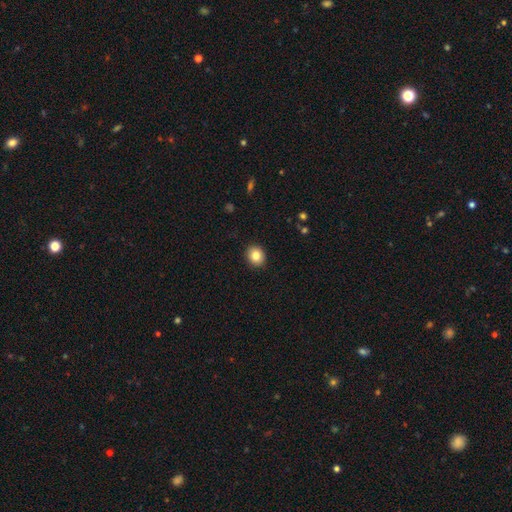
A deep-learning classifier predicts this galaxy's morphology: This appears to be a smooth galaxy with no disk features (83%) that is round (77%). Merging: none (92%).